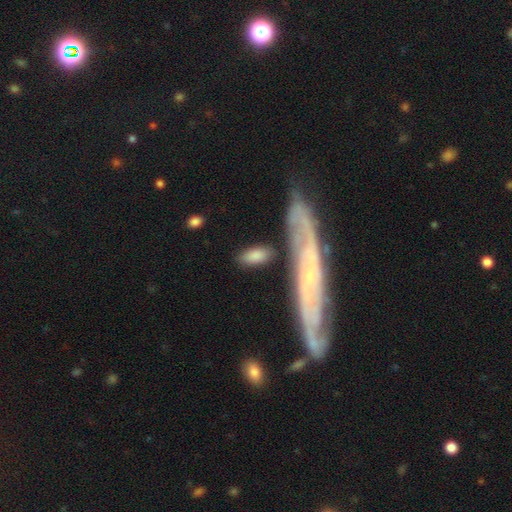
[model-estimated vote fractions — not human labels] Smooth or featured? Predicted: smooth (p=0.81). How rounded? Predicted: in between (p=0.81). Merging? Predicted: none (p=0.75).